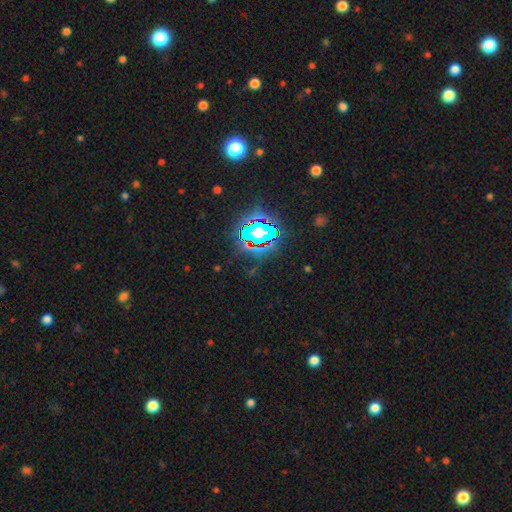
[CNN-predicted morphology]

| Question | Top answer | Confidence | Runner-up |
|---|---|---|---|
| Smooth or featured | star or artifact | 81% | smooth (11%) |